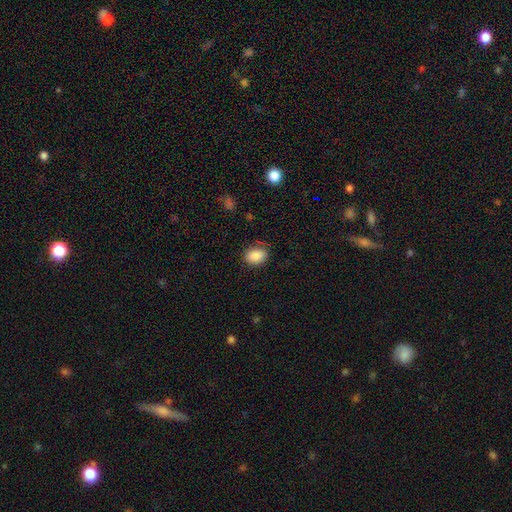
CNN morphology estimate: type=smooth (88%); roundness=in between (67%); merging=none (78%).